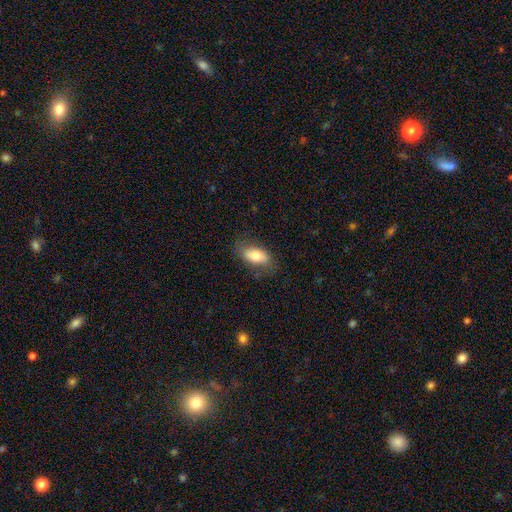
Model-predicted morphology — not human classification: smooth_or_featured: smooth (p=0.70) [alt: featured or disk p=0.23]
how_rounded: in between (p=0.90) [alt: cigar-shaped p=0.06]
merging: none (p=0.74) [alt: minor disturbance p=0.18]